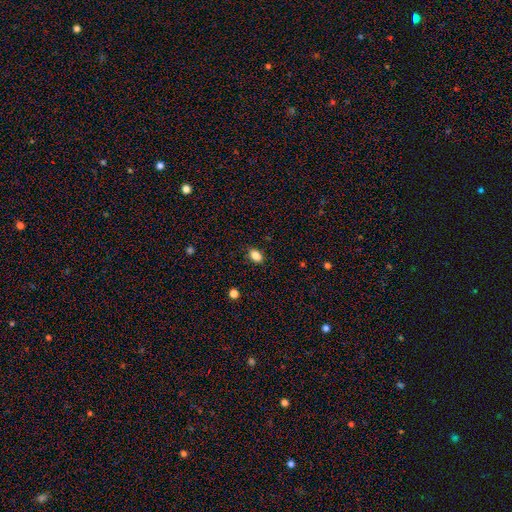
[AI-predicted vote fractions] Q: Smooth or featured?
A: smooth (85%); runner-up: star or artifact (10%)
Q: How rounded?
A: in between (82%); runner-up: round (16%)
Q: Merging?
A: none (87%); runner-up: minor disturbance (10%)